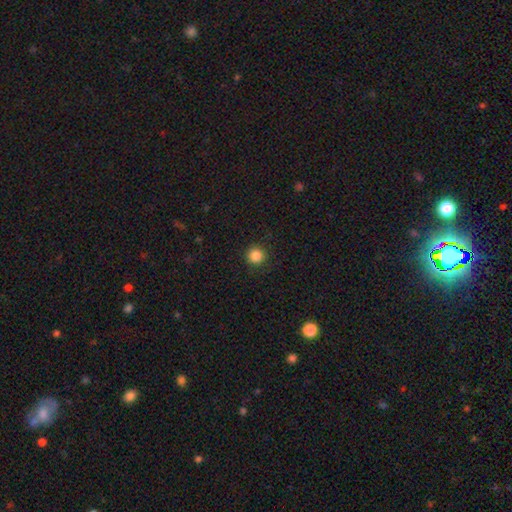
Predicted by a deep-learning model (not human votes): Q: Smooth or featured?
A: smooth (86%); runner-up: star or artifact (11%)
Q: How rounded?
A: round (95%); runner-up: in between (4%)
Q: Merging?
A: none (91%); runner-up: minor disturbance (6%)